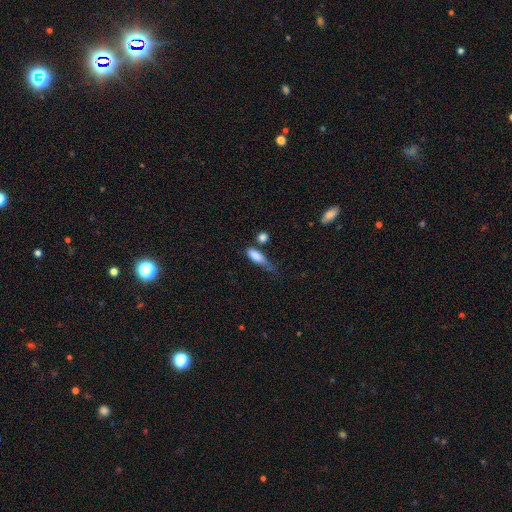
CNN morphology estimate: Q: Smooth or featured?
A: smooth (81%); runner-up: featured or disk (11%)
Q: How rounded?
A: in between (62%); runner-up: cigar-shaped (34%)
Q: Merging?
A: none (34%); runner-up: minor disturbance (33%)